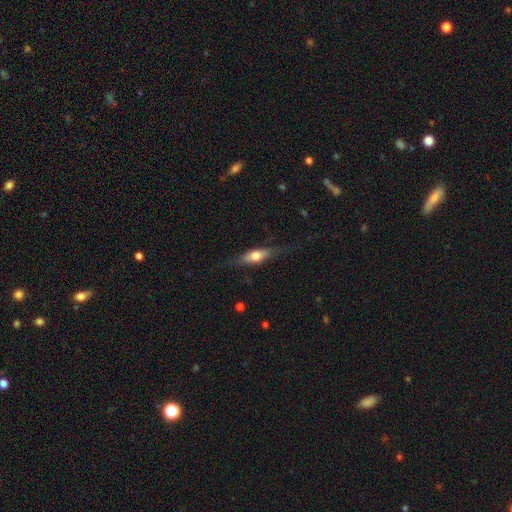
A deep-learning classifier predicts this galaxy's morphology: smooth-or-featured: smooth: 49% | featured or disk: 45% | star or artifact: 6%
  merging: none: 75% | minor disturbance: 18% | major disturbance: 6% | merger: 1%